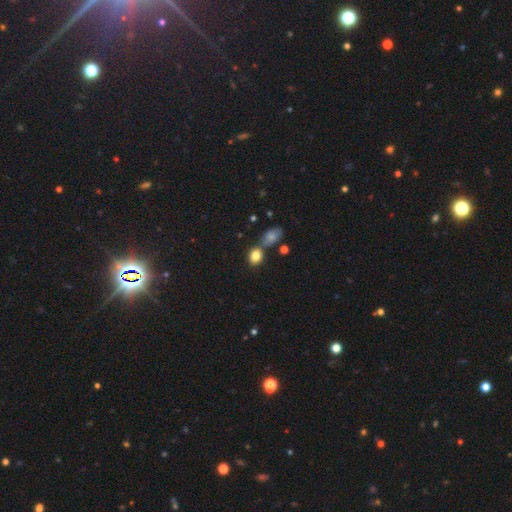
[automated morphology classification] smooth_or_featured: smooth (p=0.83) [alt: star or artifact p=0.10]
how_rounded: in between (p=0.53) [alt: round p=0.45]
merging: none (p=0.56) [alt: merger p=0.27]